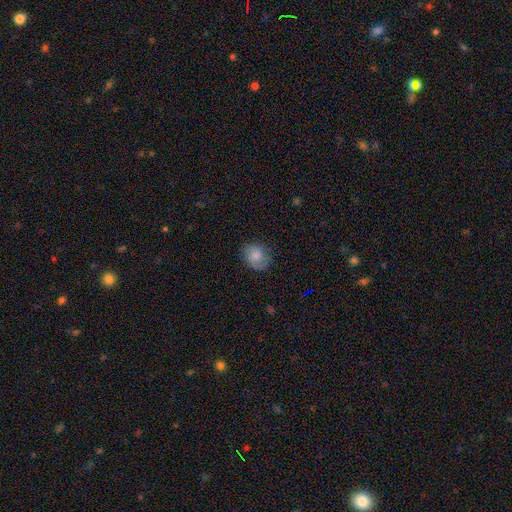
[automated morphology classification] smooth-or-featured: smooth: 68% | featured or disk: 24% | star or artifact: 9%
  how-rounded: round: 63% | in between: 36% | cigar-shaped: 1%
  merging: none: 73% | minor disturbance: 20% | major disturbance: 7% | merger: 1%